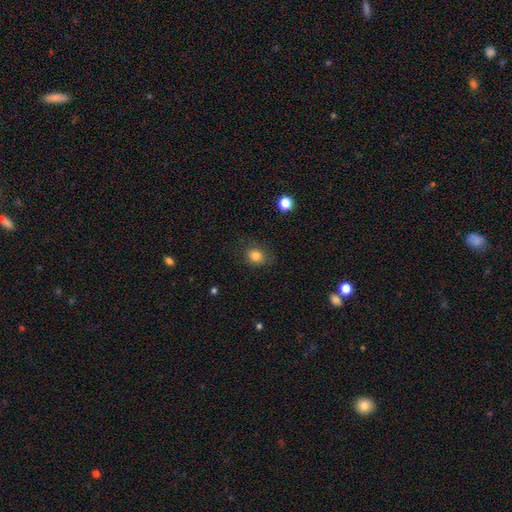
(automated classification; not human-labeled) smooth 83%, star or artifact 11%, featured or disk 6%. Down the decision tree: how rounded — round (62%); merging — none (76%).